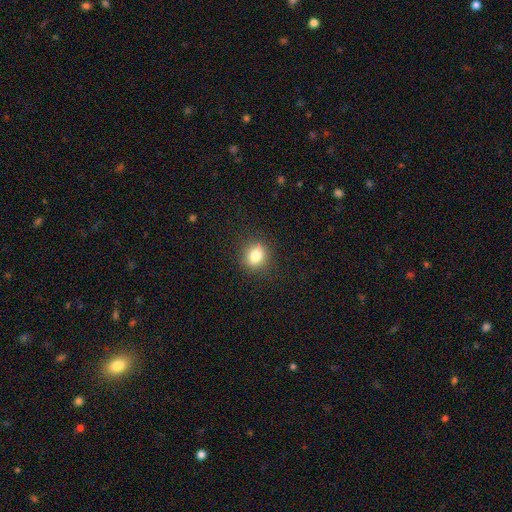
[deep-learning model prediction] Morphology: type=smooth (80%); roundness=round (55%); merging=none (87%).